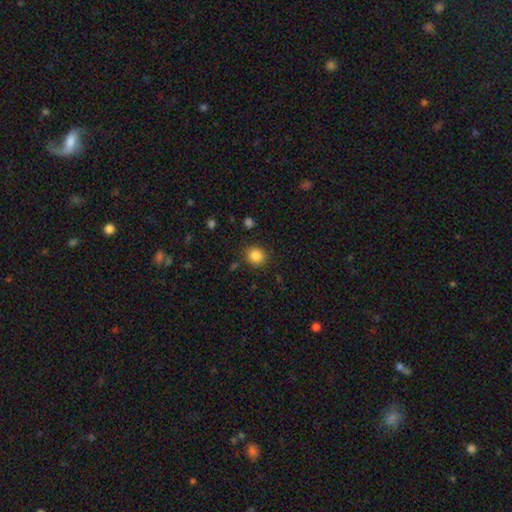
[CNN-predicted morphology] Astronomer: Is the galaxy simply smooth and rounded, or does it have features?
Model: smooth — 86%.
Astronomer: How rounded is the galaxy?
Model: round — 84%.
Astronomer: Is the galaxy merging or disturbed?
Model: none — 85%.